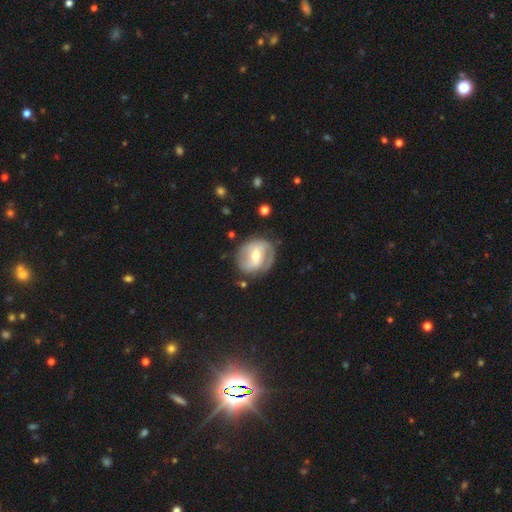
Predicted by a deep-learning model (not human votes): Q: Smooth or featured?
A: featured or disk (78%); runner-up: smooth (17%)
Q: Edge-on disk?
A: no (97%); runner-up: yes (3%)
Q: Bar?
A: weak (47%); runner-up: strong (29%)
Q: Spiral arms?
A: yes (89%); runner-up: no (11%)
Q: Spiral winding?
A: medium (43%); runner-up: tight (39%)
Q: Spiral arm count?
A: 2 (76%); runner-up: can't tell (12%)
Q: Bulge size?
A: moderate (62%); runner-up: small (32%)
Q: Merging?
A: none (75%); runner-up: minor disturbance (16%)